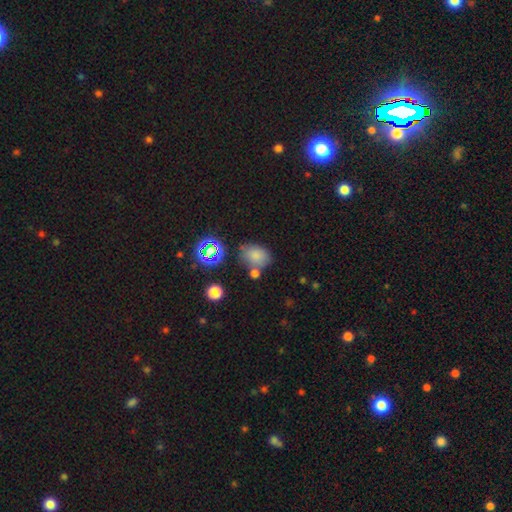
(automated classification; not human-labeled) A smooth galaxy with no disk features (74%) that is in between round and cigar-shaped (66%). Merging: none (61%).